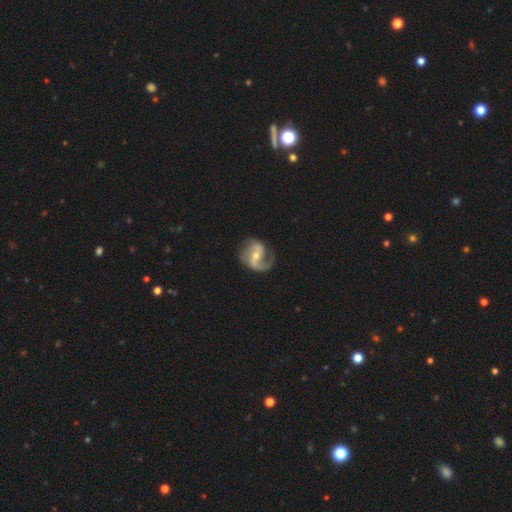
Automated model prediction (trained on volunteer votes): featured or disk 87%, smooth 8%, star or artifact 5%. Down the decision tree: edge-on disk — no (98%); bar — weak (44%); spiral arms — yes (96%); spiral arm count — 2 (78%); spiral winding — medium (48%); bulge size — moderate (50%); merging — none (69%).